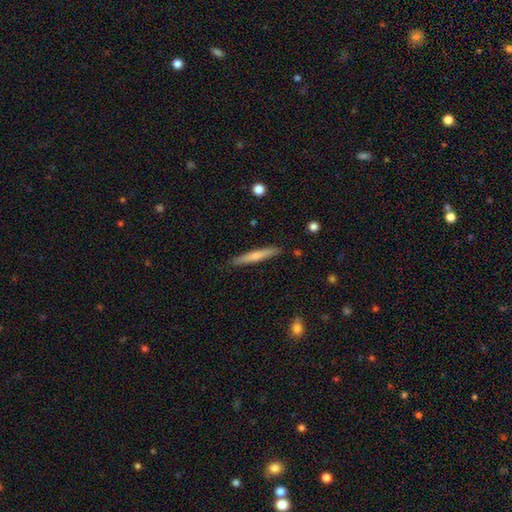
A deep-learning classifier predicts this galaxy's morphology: This appears to be a smooth galaxy with no disk features (62%) that is cigar-shaped (95%). Merging: none (89%).